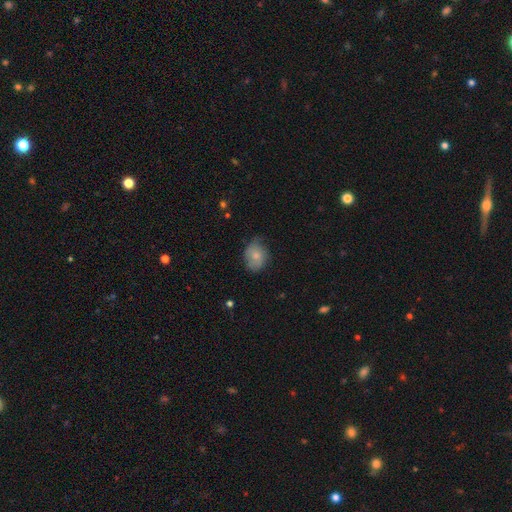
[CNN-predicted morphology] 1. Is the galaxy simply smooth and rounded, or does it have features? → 74% smooth, 19% featured or disk, 8% star or artifact.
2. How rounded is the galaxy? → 53% in between, 46% round, 1% cigar-shaped.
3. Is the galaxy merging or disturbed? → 60% none, 31% minor disturbance, 8% major disturbance, 1% merger.